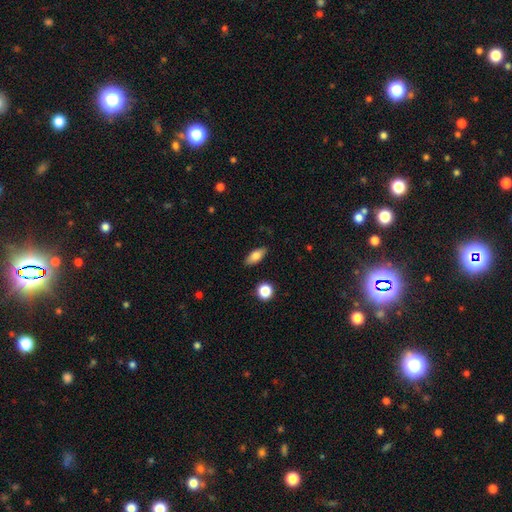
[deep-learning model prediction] Overall: smooth (77%). How rounded: in between (81%). Merging: none (85%).